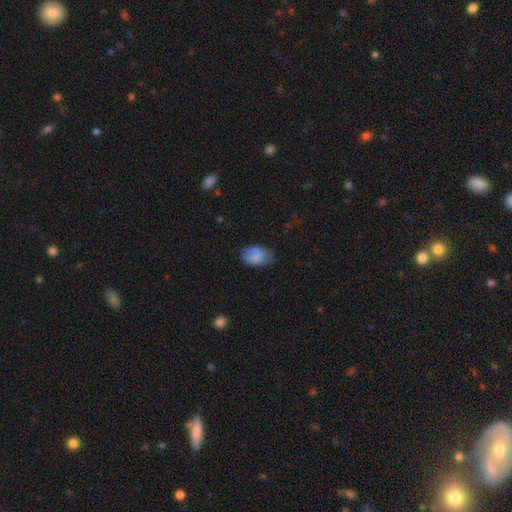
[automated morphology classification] This appears to be a smooth galaxy with no disk features (76%) that is in between round and cigar-shaped (87%). Merging: none (55%).